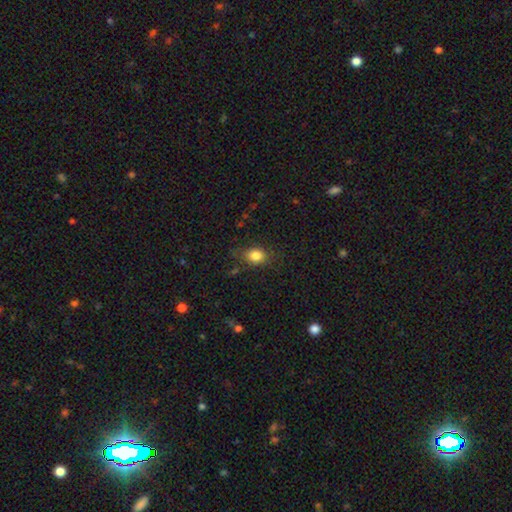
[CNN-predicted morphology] A smooth galaxy with no disk features (83%) that is in between round and cigar-shaped (61%). Merging: none (75%).